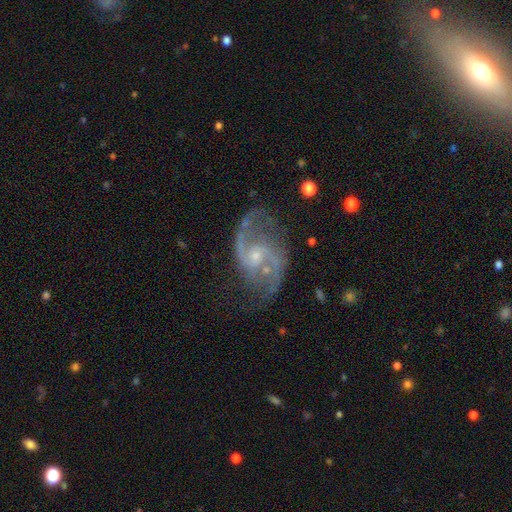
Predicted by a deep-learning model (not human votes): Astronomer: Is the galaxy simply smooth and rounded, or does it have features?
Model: featured or disk — 91%.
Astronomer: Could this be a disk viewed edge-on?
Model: no — 98%.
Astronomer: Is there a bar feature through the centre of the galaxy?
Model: no — 55% (runner-up: weak, 38%).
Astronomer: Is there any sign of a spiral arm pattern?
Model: yes — 98%.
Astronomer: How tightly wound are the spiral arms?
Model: medium — 55% (runner-up: loose, 33%).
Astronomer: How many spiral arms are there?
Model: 2 — 92%.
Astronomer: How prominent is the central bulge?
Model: small — 64%.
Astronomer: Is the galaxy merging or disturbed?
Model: none — 68%.